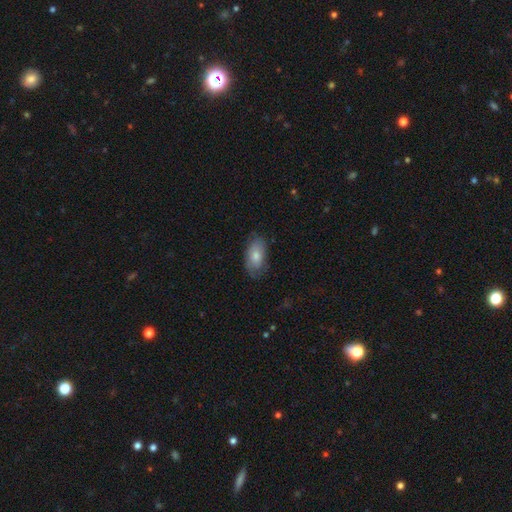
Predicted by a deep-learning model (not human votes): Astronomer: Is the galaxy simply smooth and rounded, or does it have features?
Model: smooth — 70%.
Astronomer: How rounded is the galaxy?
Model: in between — 91%.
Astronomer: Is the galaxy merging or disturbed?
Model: none — 78%.